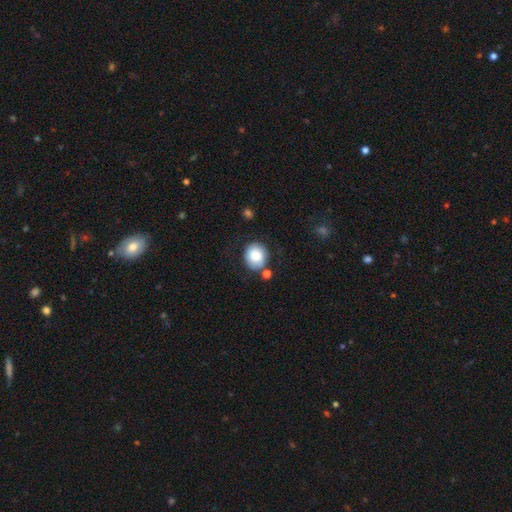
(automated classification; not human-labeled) Morphology: type=smooth (84%); roundness=round (76%); merging=none (73%).